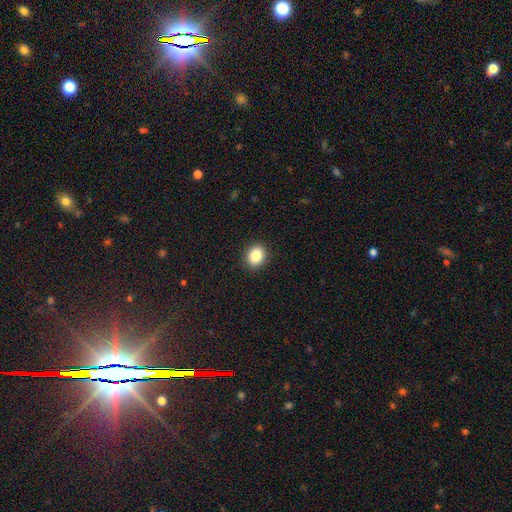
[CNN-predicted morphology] Smooth or featured? Predicted: smooth (p=0.87). How rounded? Predicted: round (p=0.53). Merging? Predicted: none (p=0.91).